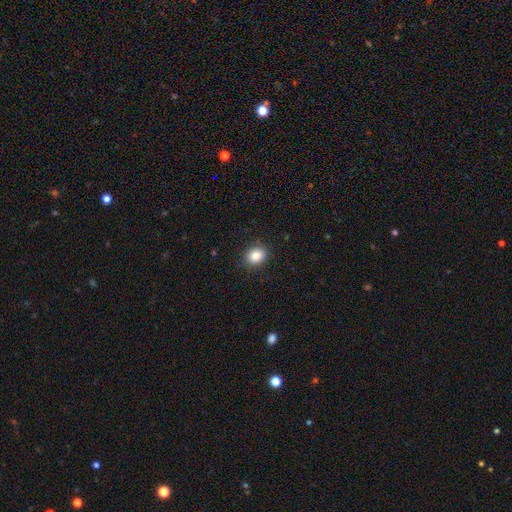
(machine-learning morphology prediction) Smooth or featured? smooth (86%)
How rounded? round (51%)
Merging? none (88%)